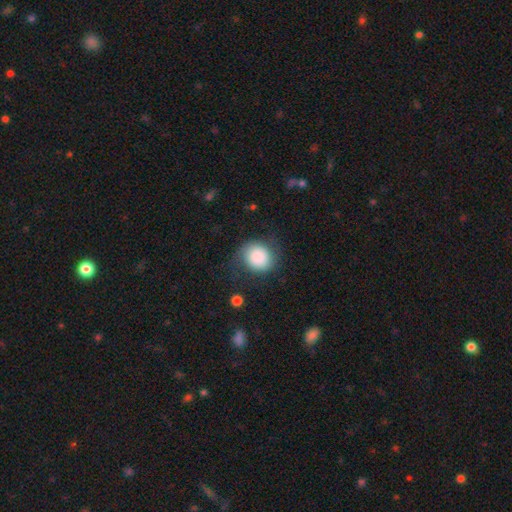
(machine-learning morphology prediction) Smooth or featured? smooth (80%)
How rounded? round (81%)
Merging? none (65%)